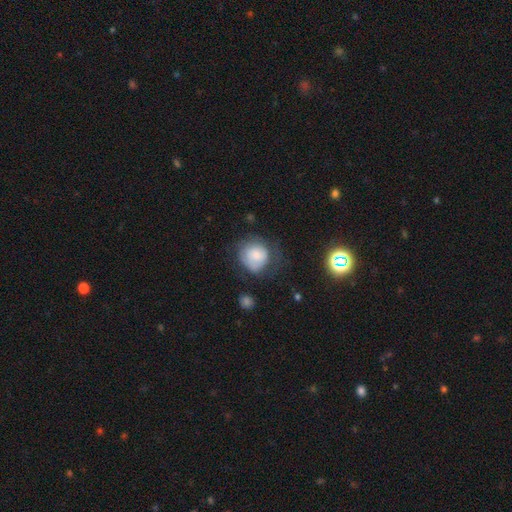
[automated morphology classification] smooth-or-featured: smooth: 72% | featured or disk: 20% | star or artifact: 8%
  how-rounded: round: 81% | in between: 18% | cigar-shaped: 1%
  merging: none: 47% | minor disturbance: 28% | major disturbance: 22% | merger: 3%